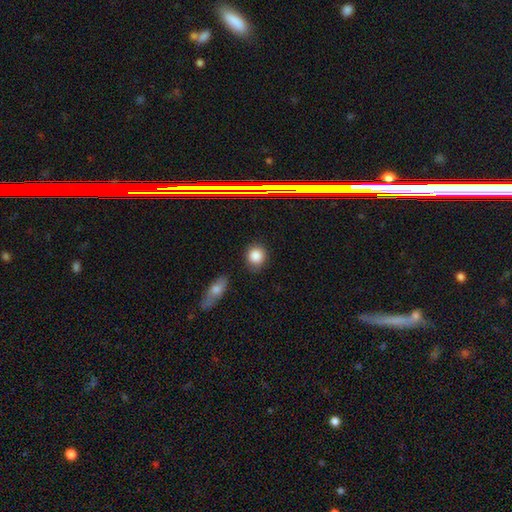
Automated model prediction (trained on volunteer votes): This appears to be a smooth galaxy with no disk features (83%) that is round (69%). Merging: none (81%).